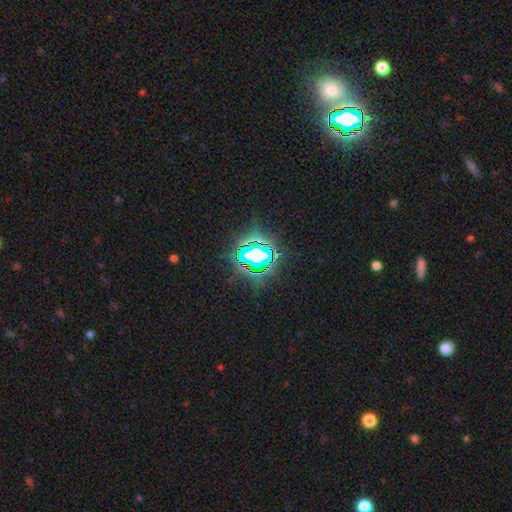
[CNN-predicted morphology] type=star or artifact (76%).